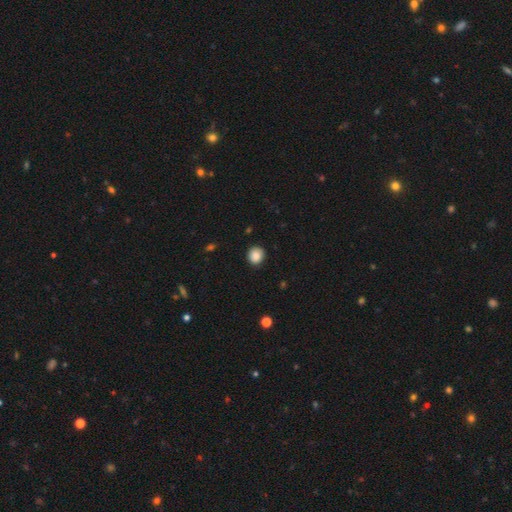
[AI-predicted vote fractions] Smooth or featured?
  - smooth: 87% *
  - star or artifact: 9%
  - featured or disk: 4%
How rounded?
  - round: 85% *
  - in between: 15%
  - cigar-shaped: 1%
Merging?
  - none: 88% *
  - minor disturbance: 9%
  - major disturbance: 2%
  - merger: 1%